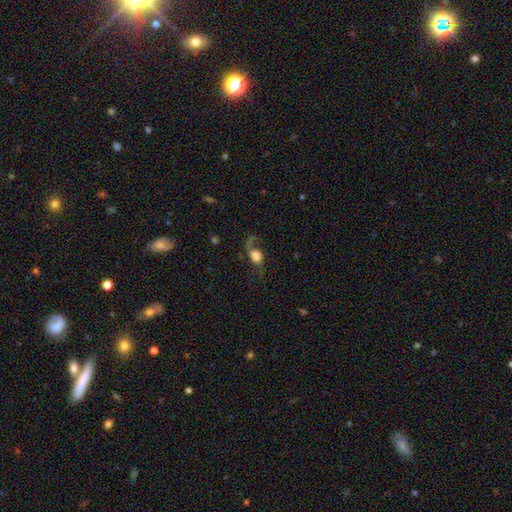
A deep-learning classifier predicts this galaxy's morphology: This is marginally a smooth galaxy (45%). Merging: marginally major disturbance (41%).